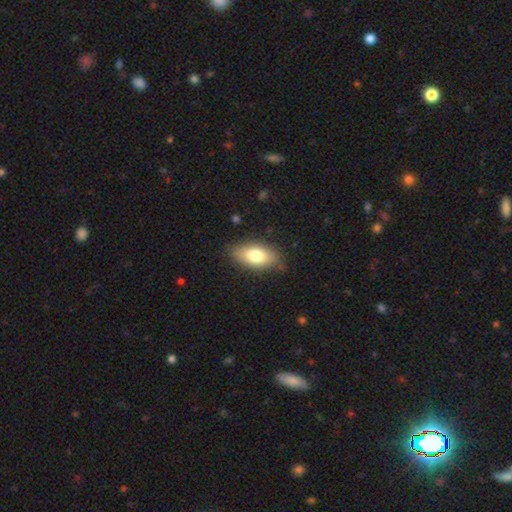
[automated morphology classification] The model was most divided on "smooth or featured": smooth: 77%, featured or disk: 16%, star or artifact: 7%. More confident: how rounded — in between (89%); merging — none (79%).